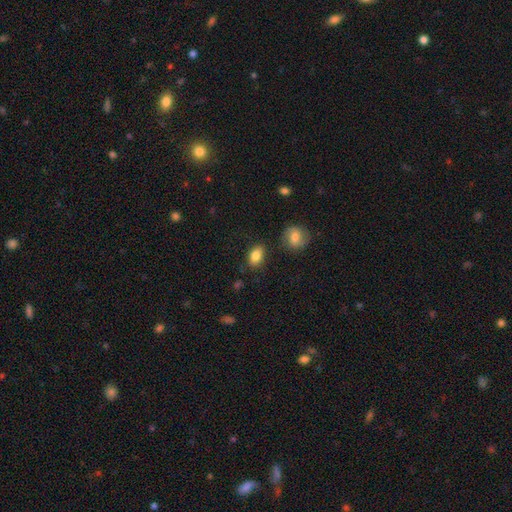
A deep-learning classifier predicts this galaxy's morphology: Smooth or featured?
  - smooth: 84% *
  - featured or disk: 8%
  - star or artifact: 8%
How rounded?
  - in between: 83% *
  - round: 16%
  - cigar-shaped: 2%
Merging?
  - none: 81% *
  - minor disturbance: 12%
  - merger: 4%
  - major disturbance: 3%